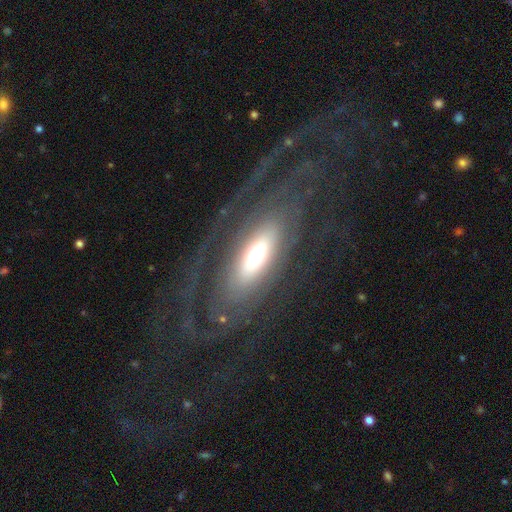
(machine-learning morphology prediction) Smooth or featured?
  - featured or disk: 79% *
  - smooth: 15%
  - star or artifact: 6%
Edge-on disk?
  - no: 84% *
  - yes: 16%
Bar?
  - no: 54% *
  - weak: 25%
  - strong: 21%
Spiral arms?
  - yes: 85% *
  - no: 15%
Spiral winding?
  - tight: 47% *
  - medium: 34%
  - loose: 19%
Spiral arm count?
  - 2: 36% *
  - can't tell: 32%
  - 3: 10%
  - 1: 9%
  - 4: 6%
  - more than 4: 6%
Bulge size?
  - moderate: 47% *
  - large: 34%
  - small: 11%
  - dominant: 7%
  - none: 1%
Merging?
  - none: 64% *
  - major disturbance: 20%
  - minor disturbance: 14%
  - merger: 2%